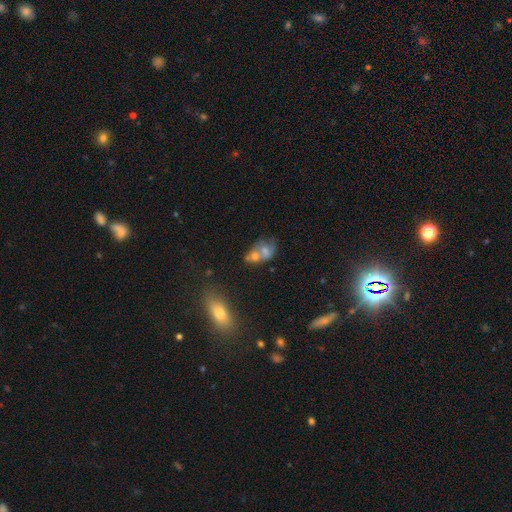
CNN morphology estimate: A smooth galaxy with no disk features (52%) that is in between round and cigar-shaped (65%).

Vote fractions:
- Smooth or featured? smooth: 52% / featured or disk: 31% / star or artifact: 17%
- How rounded? in between: 65% / round: 32% / cigar-shaped: 3%
- Merging? merger: 47% / none: 32% / minor disturbance: 12% / major disturbance: 8%